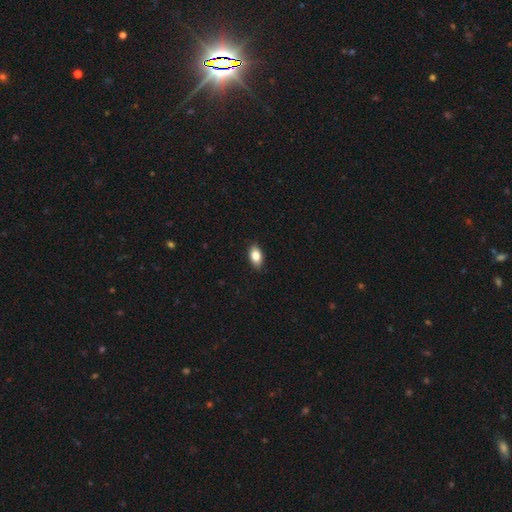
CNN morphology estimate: A smooth galaxy with no disk features (84%) that is in between round and cigar-shaped (91%).

Vote fractions:
- Smooth or featured? smooth: 84% / featured or disk: 9% / star or artifact: 7%
- How rounded? in between: 91% / round: 6% / cigar-shaped: 3%
- Merging? none: 89% / minor disturbance: 9% / major disturbance: 2% / merger: 1%